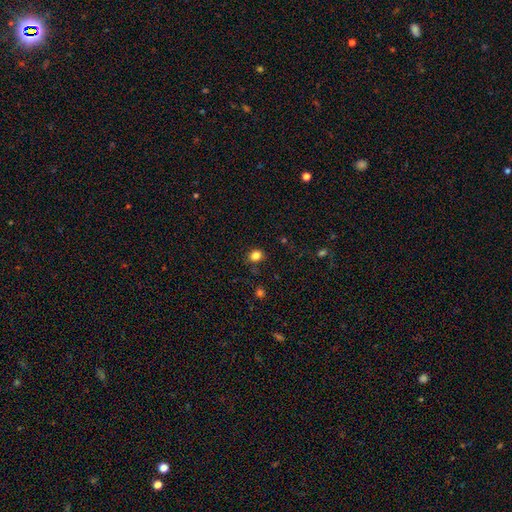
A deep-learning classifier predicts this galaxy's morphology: Smooth or featured: smooth — 83% (star or artifact — 12%)
How rounded: round — 58% (in between — 41%)
Merging: none — 84% (minor disturbance — 11%)